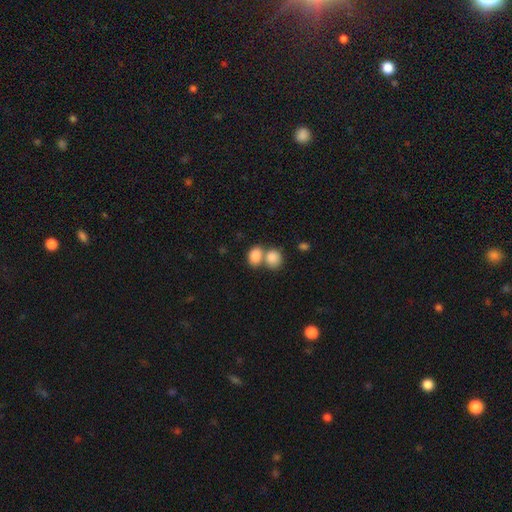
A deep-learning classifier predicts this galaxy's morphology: This appears to be a smooth galaxy with no disk features (85%) that is in between round and cigar-shaped (67%). Merging: merger (56%).